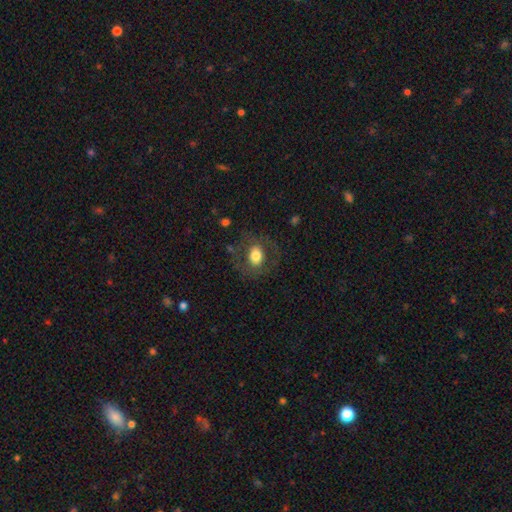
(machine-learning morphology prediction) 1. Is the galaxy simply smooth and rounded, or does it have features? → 66% smooth, 26% featured or disk, 8% star or artifact.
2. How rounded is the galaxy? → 51% in between, 48% round, 1% cigar-shaped.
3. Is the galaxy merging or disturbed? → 73% none, 15% minor disturbance, 11% major disturbance, 2% merger.